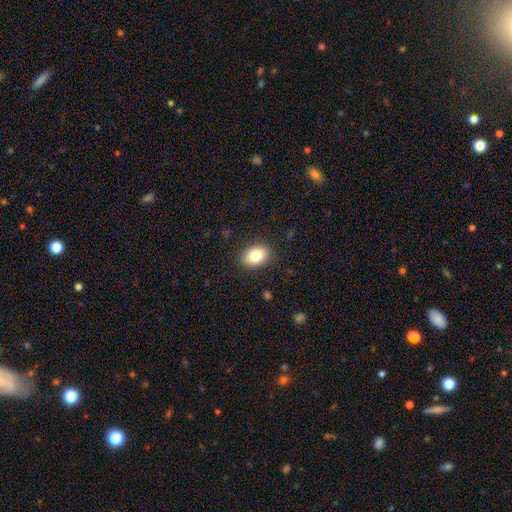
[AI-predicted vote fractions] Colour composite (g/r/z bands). It shows a smooth galaxy with no disk features (83%) that is in between round and cigar-shaped (78%). Merging: none (88%).